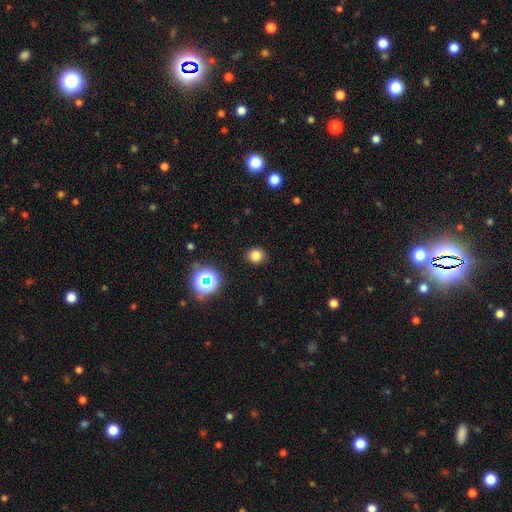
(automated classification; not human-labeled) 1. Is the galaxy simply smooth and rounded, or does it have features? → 78% smooth, 17% star or artifact, 5% featured or disk.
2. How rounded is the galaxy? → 81% round, 18% in between, 1% cigar-shaped.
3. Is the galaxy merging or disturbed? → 91% none, 6% minor disturbance, 2% major disturbance, 1% merger.